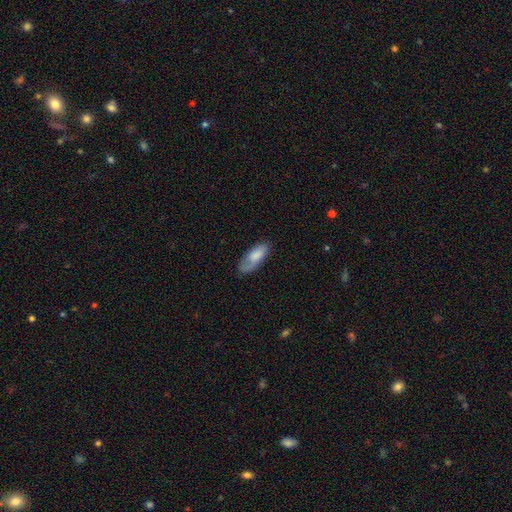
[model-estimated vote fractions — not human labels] Overall: smooth (77%). How rounded: in between (78%). Merging: none (63%; minor disturbance 25%).